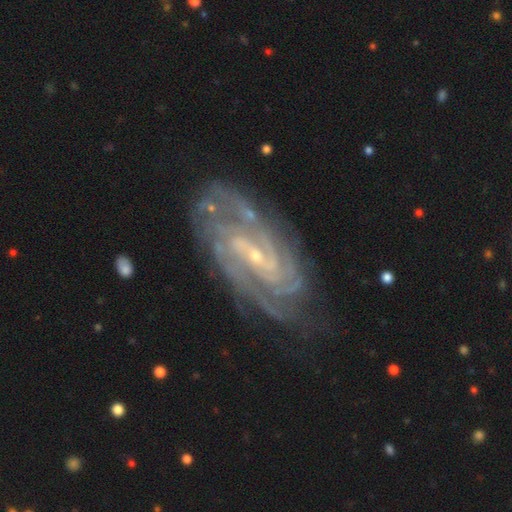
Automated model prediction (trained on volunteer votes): This is clearly a featured or disk galaxy (90%). It is clearly not viewed edge-on (95%). Bar: marginally weak (43%). Spiral arm pattern: clearly yes (98%). Spiral arm count: marginally can't tell (23%). Spiral winding: likely tight (69%). Central bulge: likely small (80%). Merging: likely none (76%).